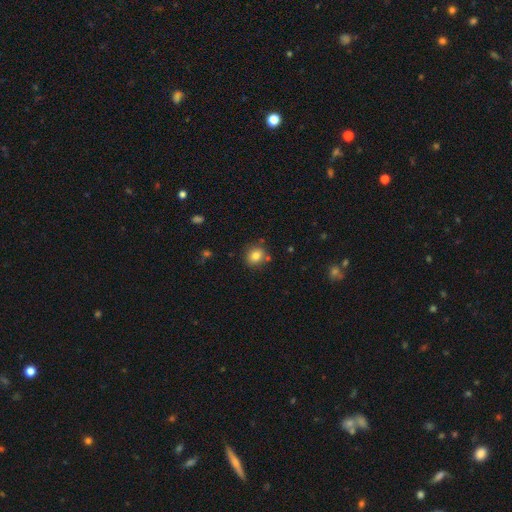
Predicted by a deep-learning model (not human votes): This appears to be a smooth galaxy with no disk features (81%) that is round (75%). Merging: none (80%).